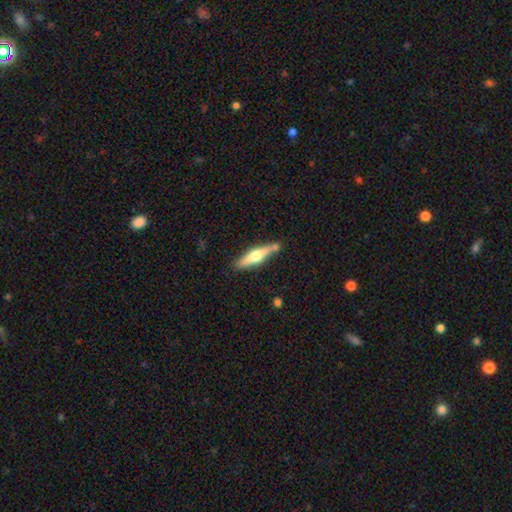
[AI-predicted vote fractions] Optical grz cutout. It shows a featured or disk galaxy (57%) viewed edge-on (95%) with a rounded central bulge (92%). Merging: none (74%).